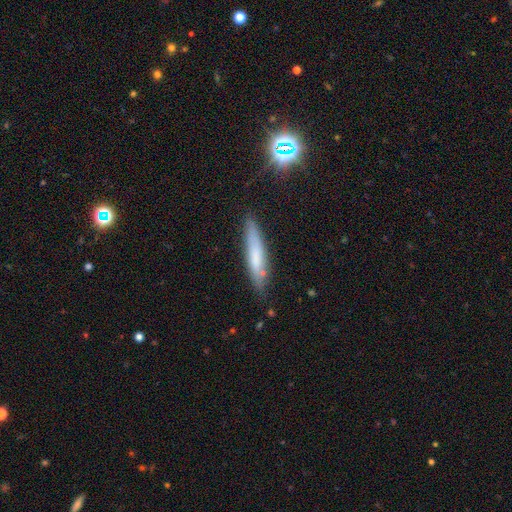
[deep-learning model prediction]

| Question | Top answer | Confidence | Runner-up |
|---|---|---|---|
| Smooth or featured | smooth | 61% | featured or disk (30%) |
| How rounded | cigar-shaped | 87% | in between (11%) |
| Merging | none | 77% | minor disturbance (17%) |